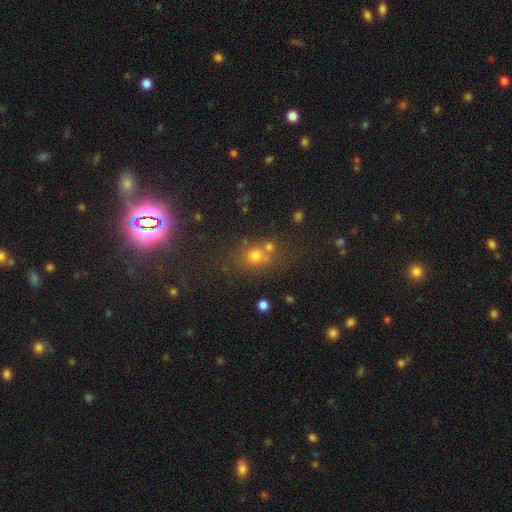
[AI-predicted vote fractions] Q: Smooth or featured?
A: smooth (61%); runner-up: star or artifact (27%)
Q: How rounded?
A: round (70%); runner-up: in between (28%)
Q: Merging?
A: none (60%); runner-up: merger (23%)